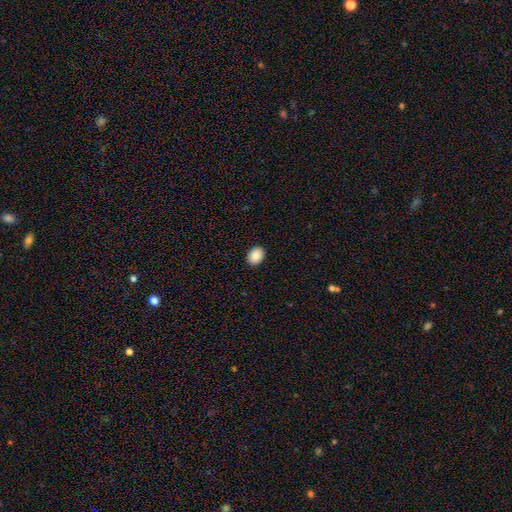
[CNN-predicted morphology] smooth 89%, star or artifact 8%, featured or disk 3%. Down the decision tree: how rounded — in between (61%); merging — none (91%).